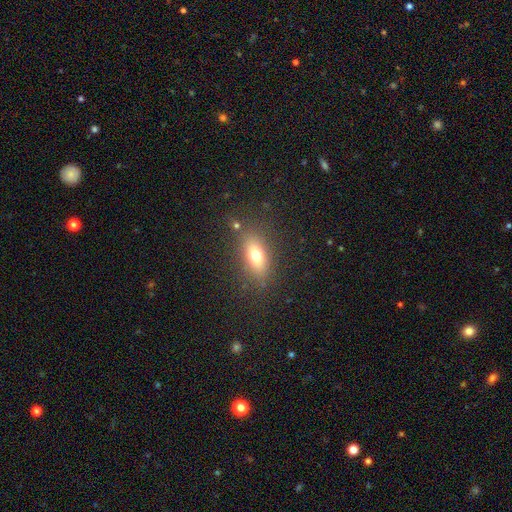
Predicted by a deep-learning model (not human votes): This is likely a smooth galaxy (70%). How rounded: likely in between (75%). Merging: clearly none (81%).